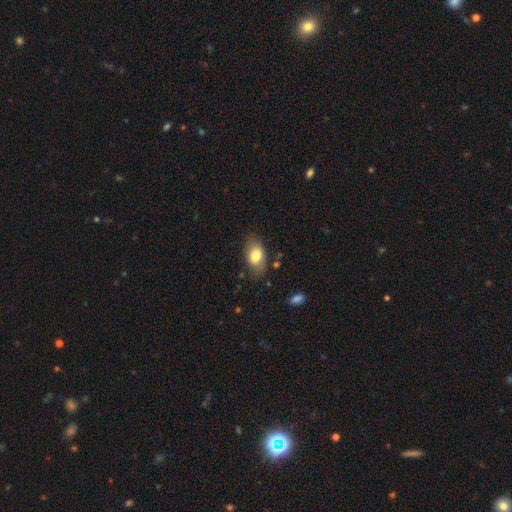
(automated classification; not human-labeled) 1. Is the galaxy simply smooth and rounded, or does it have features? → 78% smooth, 15% featured or disk, 7% star or artifact.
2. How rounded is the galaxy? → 89% in between, 8% round, 3% cigar-shaped.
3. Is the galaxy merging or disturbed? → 78% none, 16% minor disturbance, 4% major disturbance, 2% merger.